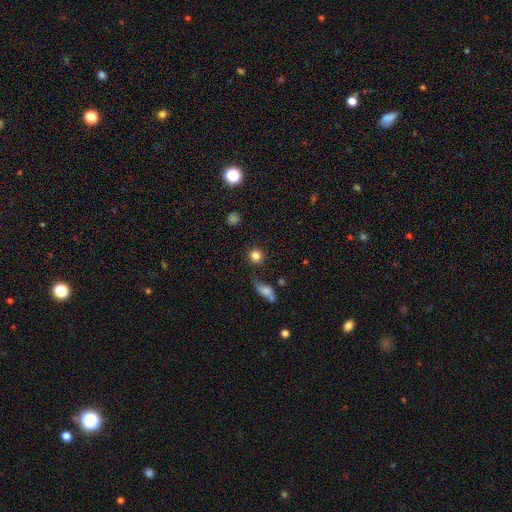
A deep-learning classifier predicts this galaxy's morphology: The model was most divided on "smooth or featured": smooth: 83%, star or artifact: 12%, featured or disk: 6%. More confident: how rounded — round (90%); merging — none (83%).